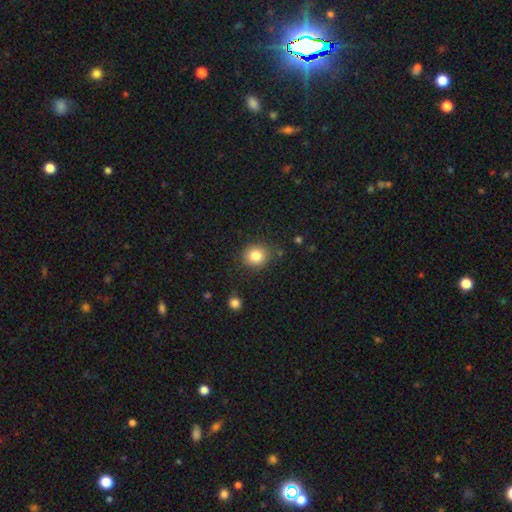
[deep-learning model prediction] Smooth or featured? smooth (82%)
How rounded? round (83%)
Merging? none (86%)